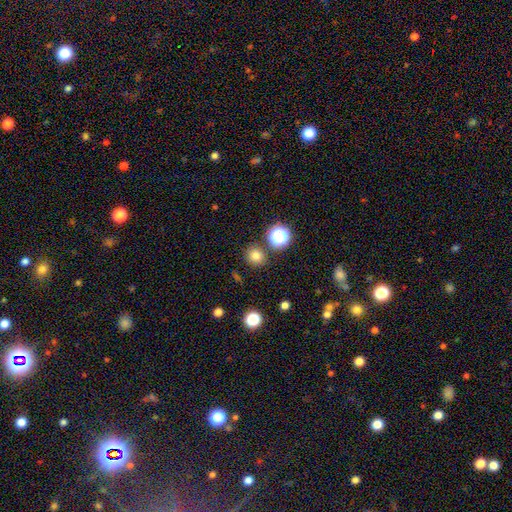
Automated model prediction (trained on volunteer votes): Smooth or featured?
  - smooth: 77% *
  - star or artifact: 17%
  - featured or disk: 6%
How rounded?
  - round: 89% *
  - in between: 10%
  - cigar-shaped: 1%
Merging?
  - none: 84% *
  - minor disturbance: 8%
  - merger: 6%
  - major disturbance: 3%